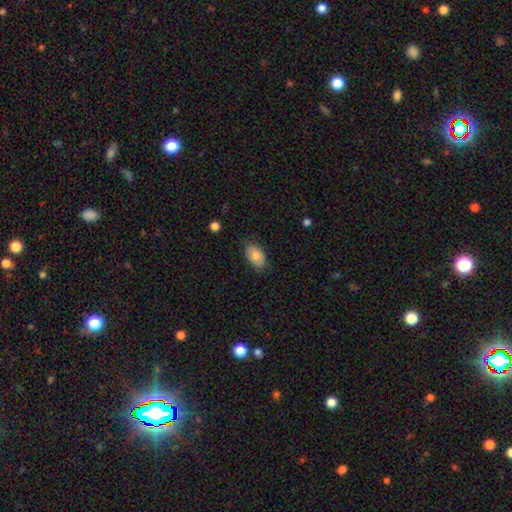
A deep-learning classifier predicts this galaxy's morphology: This is clearly a smooth galaxy (81%). How rounded: clearly in between (89%). Merging: likely none (79%).